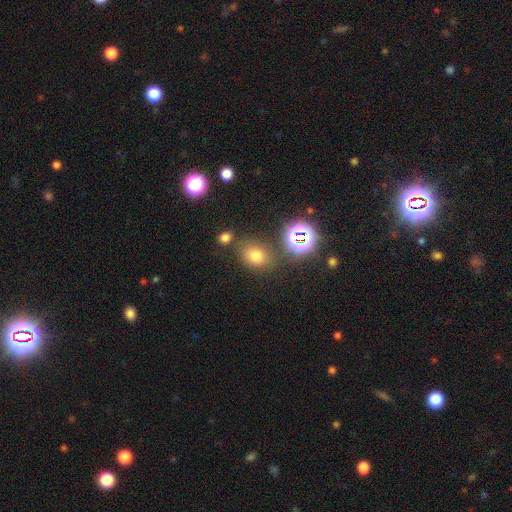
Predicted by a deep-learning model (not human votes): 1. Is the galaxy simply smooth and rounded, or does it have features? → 70% smooth, 21% star or artifact, 9% featured or disk.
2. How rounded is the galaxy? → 50% in between, 49% round, 1% cigar-shaped.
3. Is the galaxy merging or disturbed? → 73% none, 14% minor disturbance, 8% merger, 5% major disturbance.